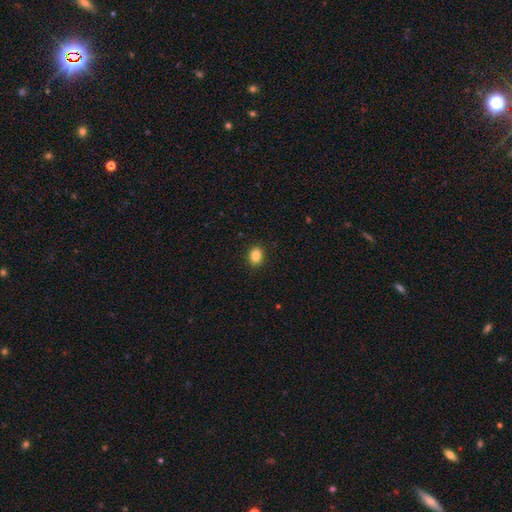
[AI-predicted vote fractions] Morphology: type=smooth (84%); roundness=in between (50%); merging=none (91%).